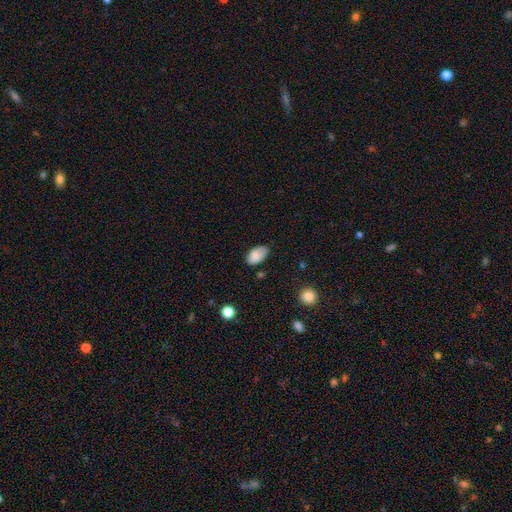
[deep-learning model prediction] The model was most divided on "merging": none: 66%, minor disturbance: 27%, major disturbance: 5%, merger: 2%. More confident: how rounded — in between (93%); smooth or featured — smooth (84%).